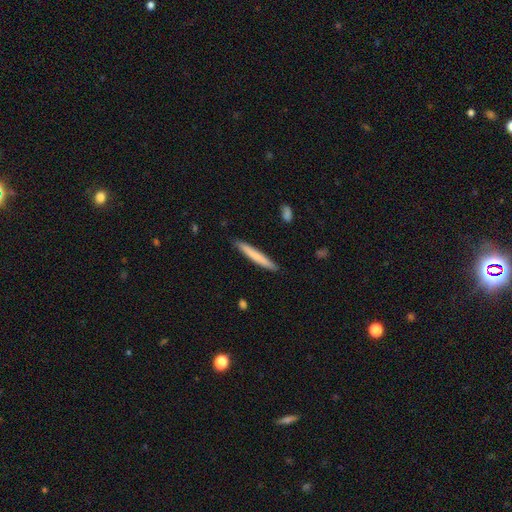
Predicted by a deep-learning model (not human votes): This appears to be a smooth galaxy with no disk features (71%) that is cigar-shaped (96%). Merging: none (90%).